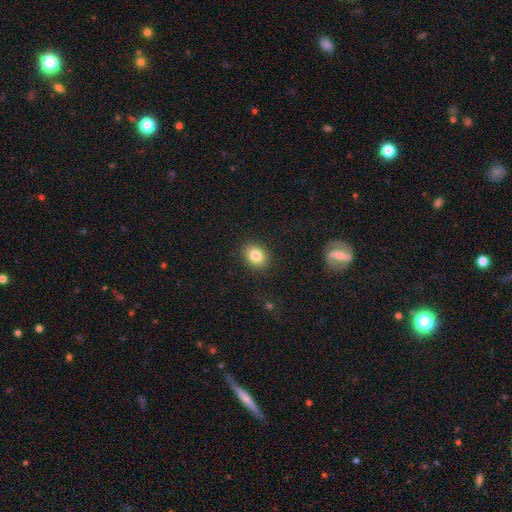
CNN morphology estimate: This is clearly a smooth galaxy (82%). How rounded: possibly in between (50%). Merging: clearly none (88%).